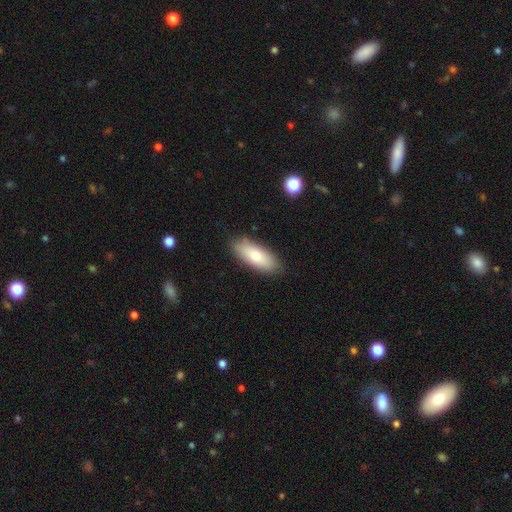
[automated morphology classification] Smooth or featured?
  - smooth: 76% *
  - featured or disk: 18%
  - star or artifact: 6%
How rounded?
  - in between: 76% *
  - cigar-shaped: 22%
  - round: 2%
Merging?
  - none: 87% *
  - minor disturbance: 10%
  - major disturbance: 2%
  - merger: 1%